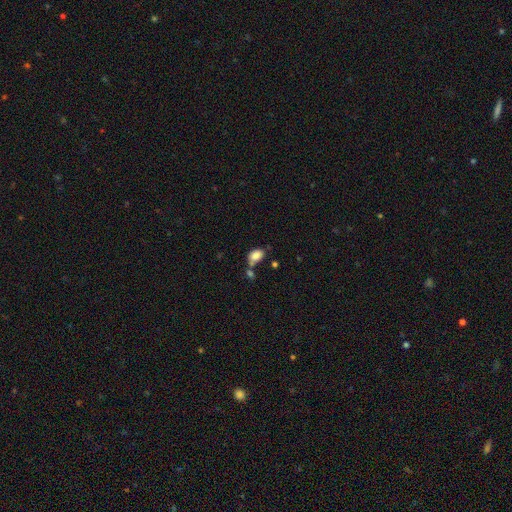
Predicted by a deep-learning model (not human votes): Smooth or featured? smooth (83%)
How rounded? in between (85%)
Merging? none (47%)